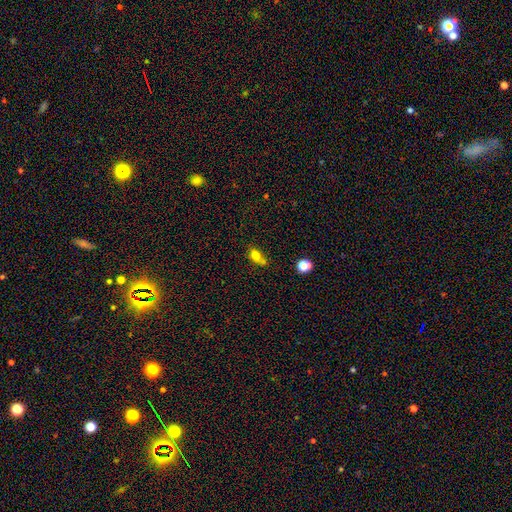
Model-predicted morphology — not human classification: A smooth galaxy with no disk features (76%) that is in between round and cigar-shaped (73%). Merging: none (45%).